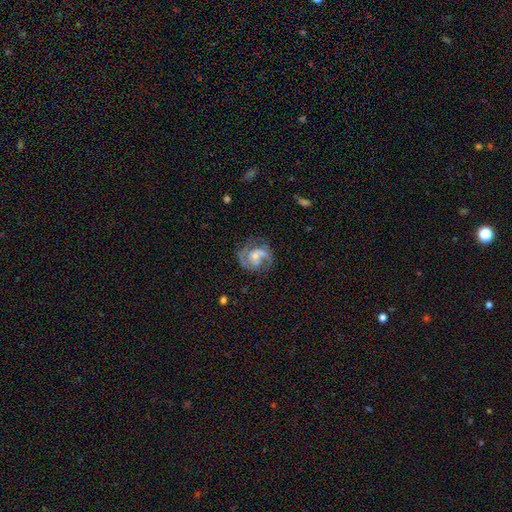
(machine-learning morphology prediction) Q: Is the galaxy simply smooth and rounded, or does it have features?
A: featured or disk — 81%.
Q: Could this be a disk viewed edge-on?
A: no — 98%.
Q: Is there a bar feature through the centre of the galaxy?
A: no — 61%.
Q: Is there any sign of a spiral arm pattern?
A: yes — 92%.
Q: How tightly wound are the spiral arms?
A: medium — 50%.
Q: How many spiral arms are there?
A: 2 — 78%.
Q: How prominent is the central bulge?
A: small — 52%.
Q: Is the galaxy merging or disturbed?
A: none — 66%.